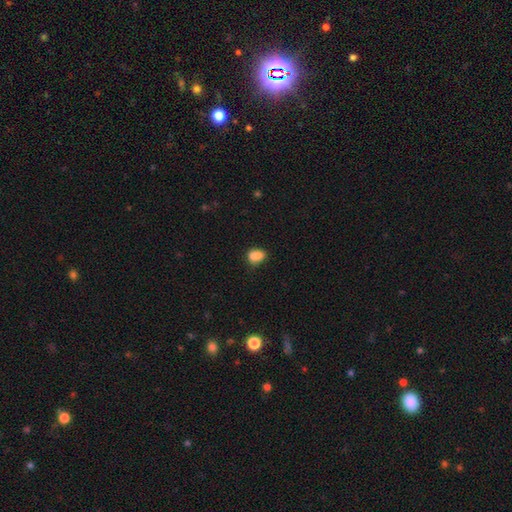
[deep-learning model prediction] Overall: smooth (78%). How rounded: in between (59%; round 39%). Merging: merger (43%; none 36%).